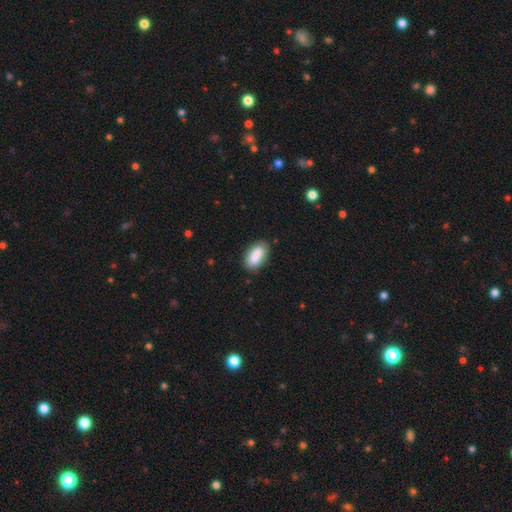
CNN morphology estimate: A smooth galaxy with no disk features (83%) that is in between round and cigar-shaped (89%). Merging: none (77%).